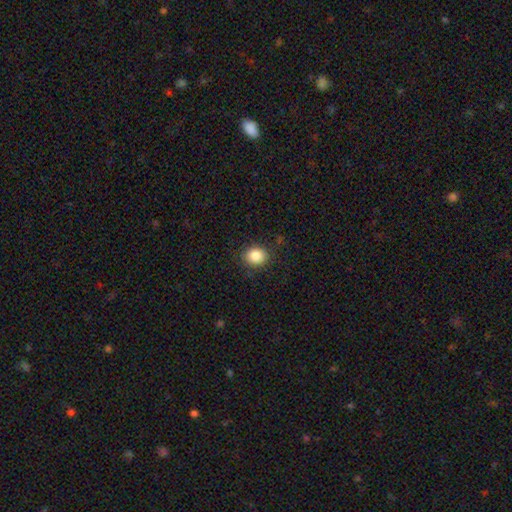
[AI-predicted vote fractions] Morphology: type=smooth (86%); roundness=round (70%); merging=none (87%).